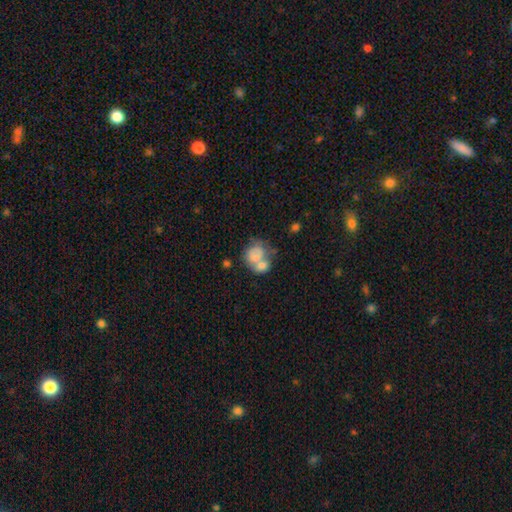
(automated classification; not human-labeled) The model was most divided on "how rounded": round: 61%, in between: 38%, cigar-shaped: 1%. More confident: smooth or featured — smooth (65%); merging — merger (57%).